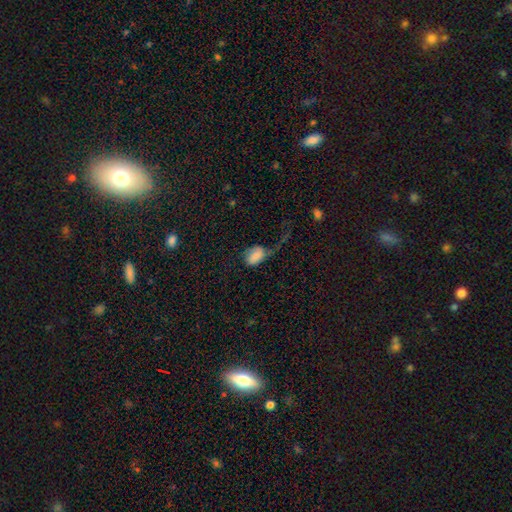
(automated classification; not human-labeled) Smooth or featured?
  - smooth: 70% *
  - featured or disk: 22%
  - star or artifact: 9%
How rounded?
  - in between: 85% *
  - round: 13%
  - cigar-shaped: 2%
Merging?
  - major disturbance: 50% *
  - none: 23%
  - minor disturbance: 22%
  - merger: 5%